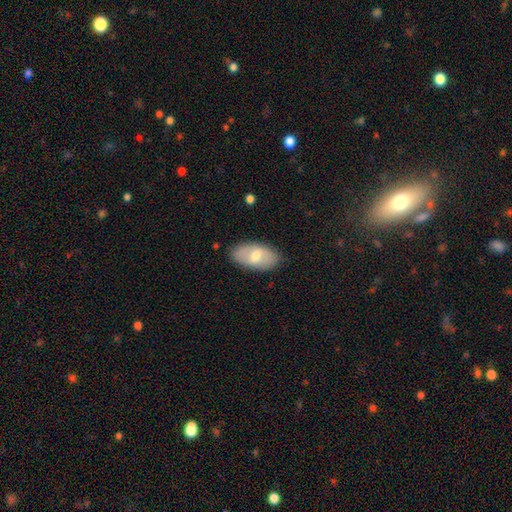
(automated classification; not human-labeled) Overall: smooth (62%; featured or disk 31%). How rounded: in between (94%). Merging: none (84%).